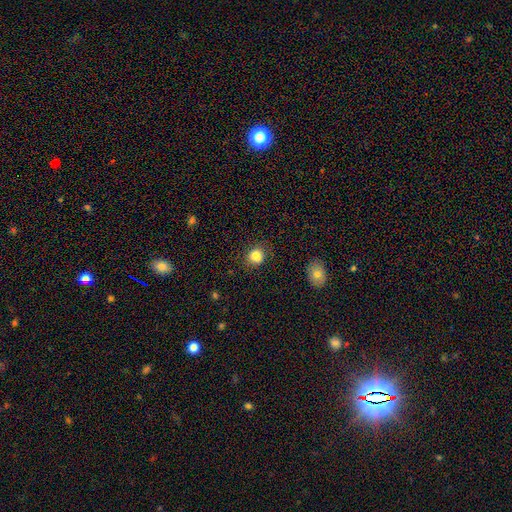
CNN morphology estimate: Smooth or featured?
  - smooth: 84% *
  - star or artifact: 11%
  - featured or disk: 6%
How rounded?
  - round: 68% *
  - in between: 31%
  - cigar-shaped: 1%
Merging?
  - none: 81% *
  - minor disturbance: 13%
  - major disturbance: 4%
  - merger: 2%